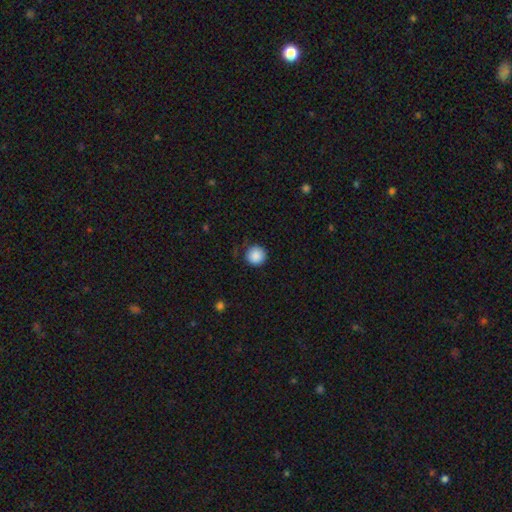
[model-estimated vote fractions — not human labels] Smooth or featured?
  - smooth: 88% *
  - star or artifact: 8%
  - featured or disk: 4%
How rounded?
  - round: 96% *
  - in between: 3%
  - cigar-shaped: 1%
Merging?
  - none: 84% *
  - minor disturbance: 12%
  - major disturbance: 3%
  - merger: 1%